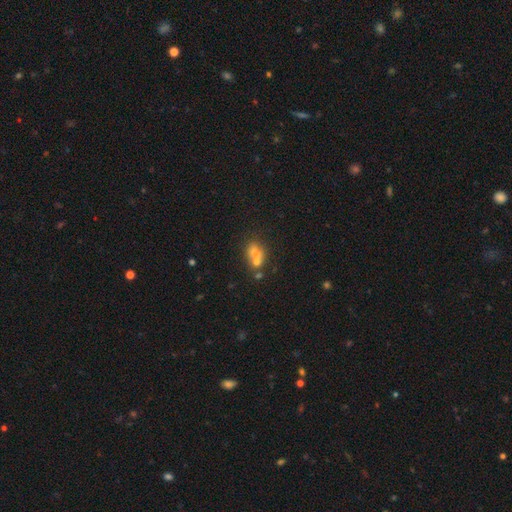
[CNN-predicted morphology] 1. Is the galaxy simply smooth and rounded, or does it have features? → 60% smooth, 25% featured or disk, 15% star or artifact.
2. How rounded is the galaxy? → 60% in between, 35% round, 5% cigar-shaped.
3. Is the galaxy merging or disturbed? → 48% merger, 31% none, 12% minor disturbance, 9% major disturbance.